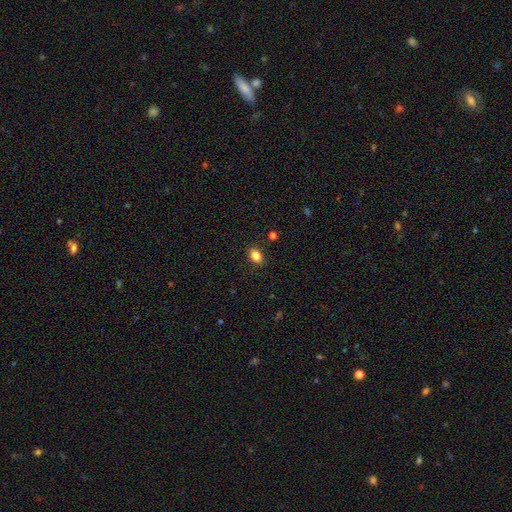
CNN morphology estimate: Smooth or featured: smooth — 85% (star or artifact — 10%)
How rounded: in between — 83% (round — 15%)
Merging: none — 87% (minor disturbance — 9%)